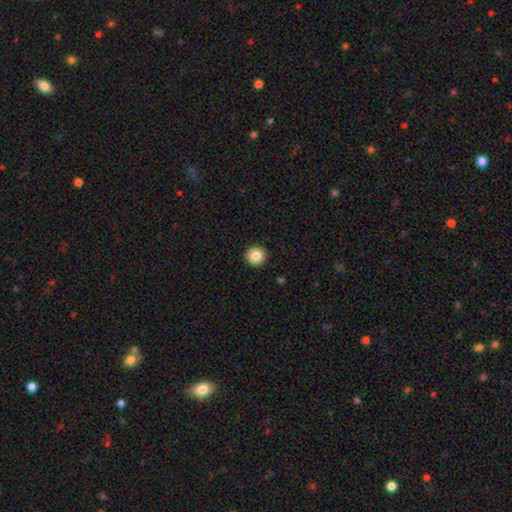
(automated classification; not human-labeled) smooth 84%, star or artifact 10%, featured or disk 7%. Down the decision tree: how rounded — round (95%); merging — none (93%).